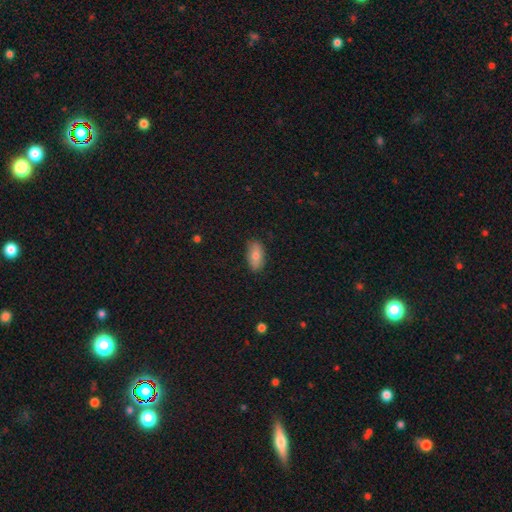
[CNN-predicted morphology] smooth 77%, featured or disk 15%, star or artifact 8%. Down the decision tree: how rounded — in between (89%); merging — none (85%).